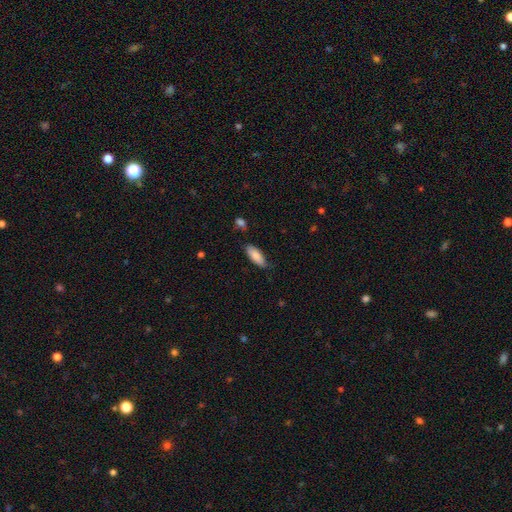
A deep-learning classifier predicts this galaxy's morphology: type=smooth (85%); roundness=in between (78%); merging=none (71%).